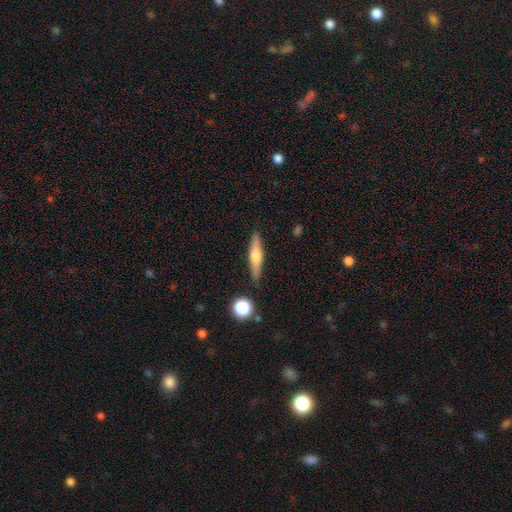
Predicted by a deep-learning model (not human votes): A featured or disk galaxy (53%) viewed edge-on (95%).

Vote fractions:
- Smooth or featured? featured or disk: 53% / smooth: 41% / star or artifact: 7%
- Edge-on disk? yes: 95% / no: 5%
- Merging? none: 86% / minor disturbance: 9% / merger: 2% / major disturbance: 2%